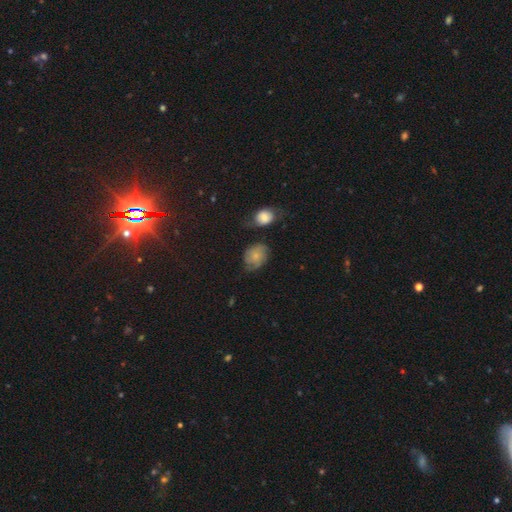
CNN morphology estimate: A smooth galaxy with no disk features (57%) that is in between round and cigar-shaped (53%). Merging: none (48%).